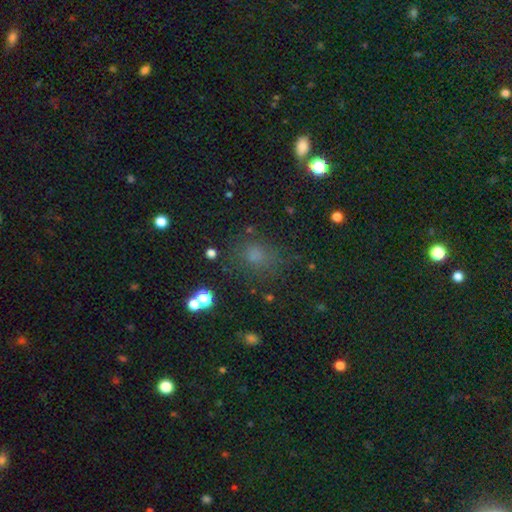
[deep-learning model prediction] The model was most divided on "how rounded": round: 66%, in between: 32%, cigar-shaped: 2%. More confident: merging — none (74%); smooth or featured — smooth (64%).